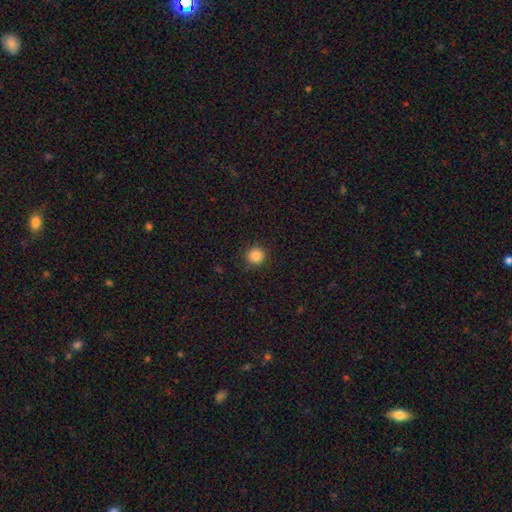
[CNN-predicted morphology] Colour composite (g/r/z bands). It shows a smooth galaxy with no disk features (86%) that is round (93%). Merging: none (90%).